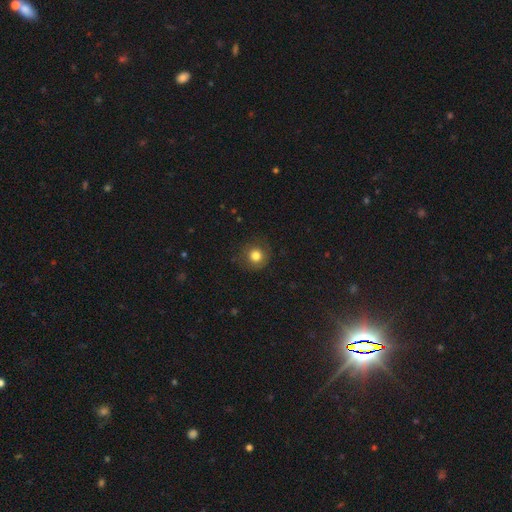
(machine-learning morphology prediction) The model was most divided on "smooth or featured": smooth: 80%, star or artifact: 12%, featured or disk: 8%. More confident: how rounded — round (93%); merging — none (84%).